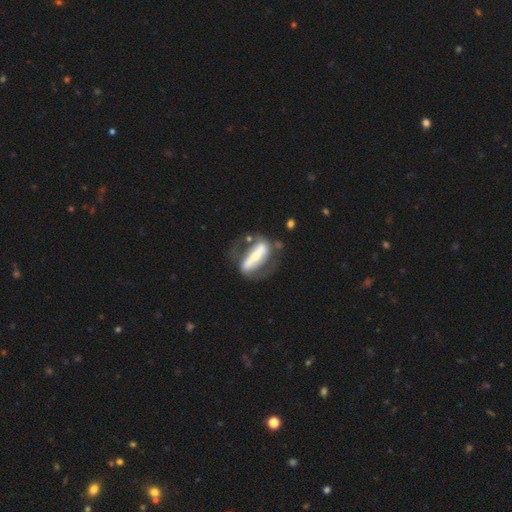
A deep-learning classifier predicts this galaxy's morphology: type=featured or disk (73%); edge-on=no (78%); bar=strong (81%); spiral arms=yes (62%); bulge=small (46%); merging=none (50%).